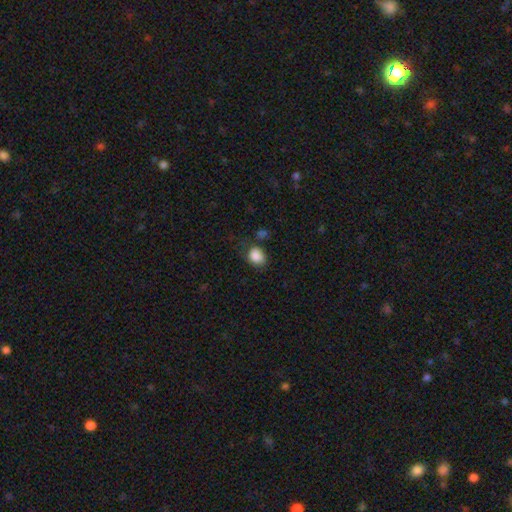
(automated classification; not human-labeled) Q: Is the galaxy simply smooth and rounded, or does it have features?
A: smooth — 87%.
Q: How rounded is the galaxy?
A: in between — 55%.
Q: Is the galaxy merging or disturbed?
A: none — 63%.